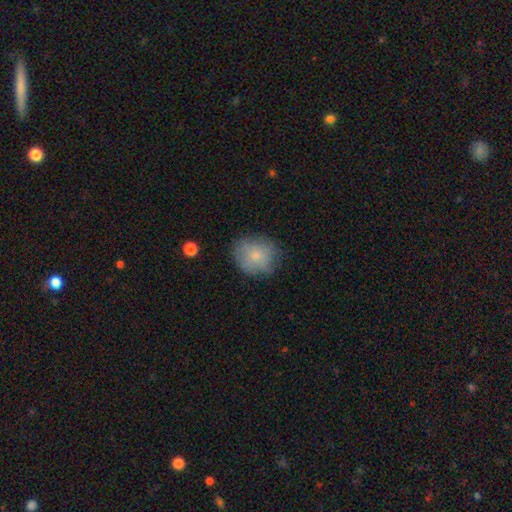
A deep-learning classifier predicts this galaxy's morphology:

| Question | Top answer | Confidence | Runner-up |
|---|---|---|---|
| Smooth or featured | smooth | 75% | featured or disk (16%) |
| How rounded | round | 81% | in between (18%) |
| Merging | none | 73% | minor disturbance (20%) |